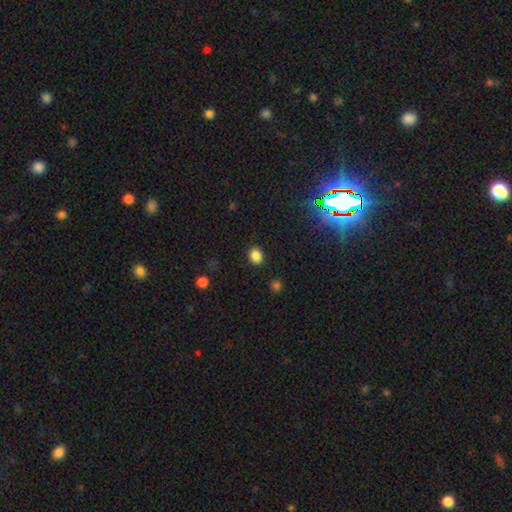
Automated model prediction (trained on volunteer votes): The model was most divided on "how rounded": in between: 51%, round: 48%, cigar-shaped: 1%. More confident: merging — none (87%); smooth or featured — smooth (84%).